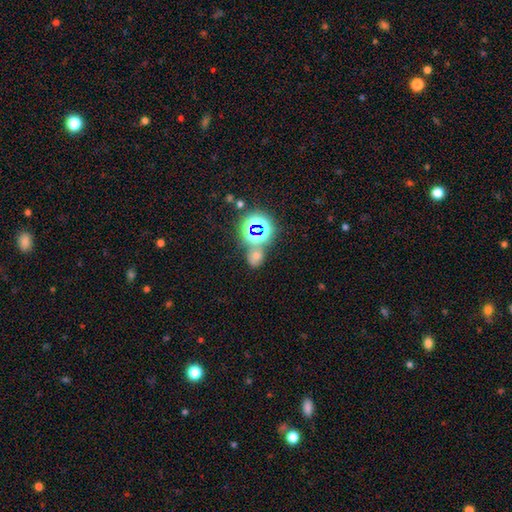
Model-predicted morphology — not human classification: smooth_or_featured: smooth (p=0.46) [alt: star or artifact p=0.44]
merging: none (p=0.52) [alt: merger p=0.27]